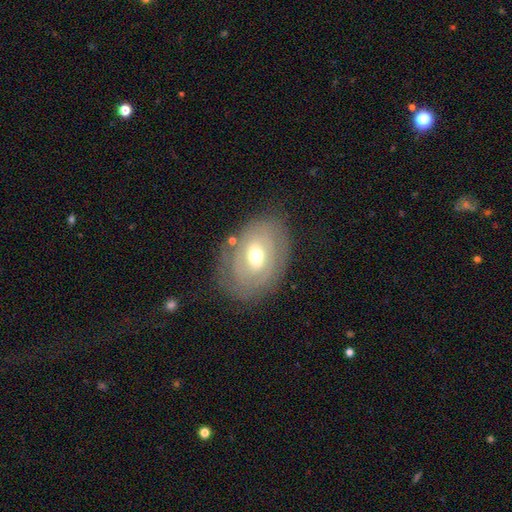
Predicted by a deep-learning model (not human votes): smooth_or_featured: featured or disk (p=0.68) [alt: smooth p=0.25]
disk_edge_on: no (p=0.94) [alt: yes p=0.06]
bar: no (p=0.46) [alt: weak p=0.39]
has_spiral_arms: yes (p=0.64) [alt: no p=0.36]
bulge_size: moderate (p=0.67) [alt: small p=0.25]
merging: none (p=0.77) [alt: minor disturbance p=0.15]